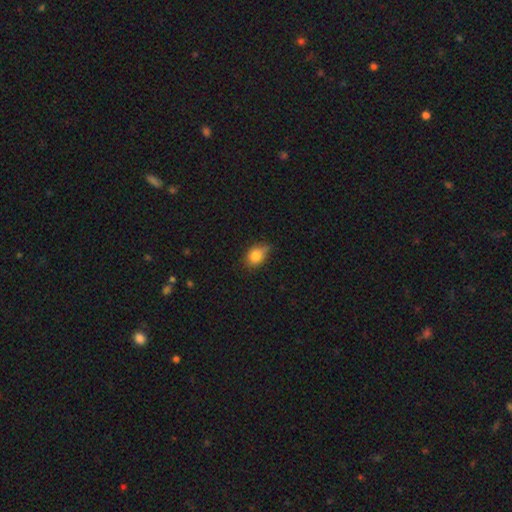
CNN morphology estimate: Smooth or featured? Predicted: smooth (p=0.81). How rounded? Predicted: in between (p=0.64). Merging? Predicted: none (p=0.51).